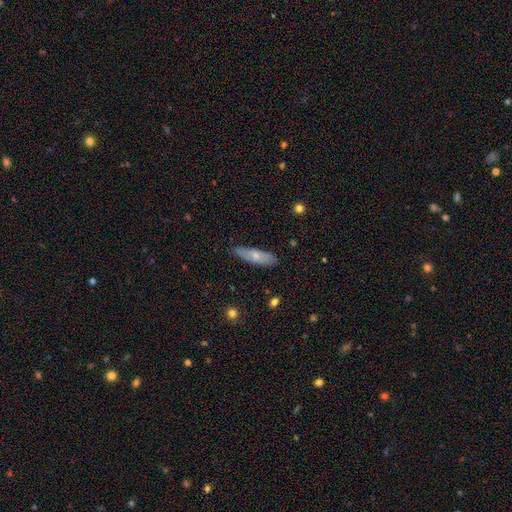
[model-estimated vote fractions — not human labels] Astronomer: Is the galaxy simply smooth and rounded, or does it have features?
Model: smooth — 57% (runner-up: featured or disk, 36%).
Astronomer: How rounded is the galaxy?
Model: cigar-shaped — 54% (runner-up: in between, 44%).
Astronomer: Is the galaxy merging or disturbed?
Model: none — 83%.